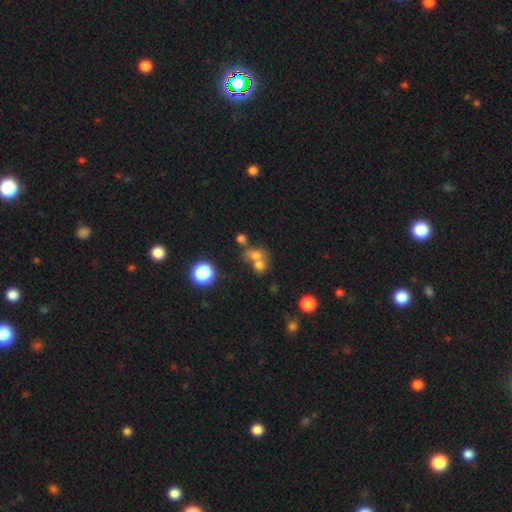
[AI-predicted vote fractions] smooth_or_featured: smooth (p=0.65) [alt: star or artifact p=0.19]
how_rounded: round (p=0.68) [alt: in between p=0.31]
merging: merger (p=0.53) [alt: none p=0.34]